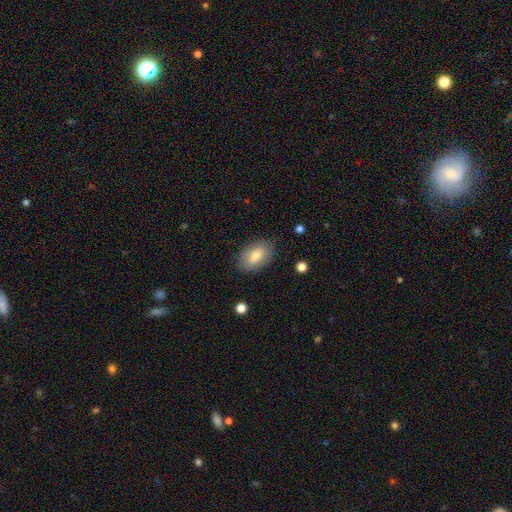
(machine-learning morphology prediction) The model was most divided on "smooth or featured": smooth: 73%, featured or disk: 19%, star or artifact: 7%. More confident: how rounded — in between (90%); merging — none (83%).